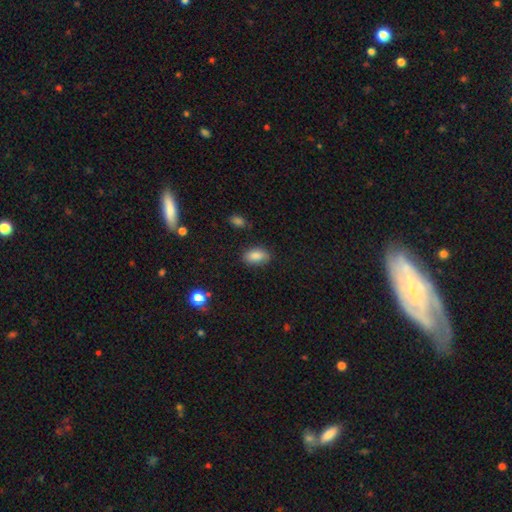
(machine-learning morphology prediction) Smooth or featured? Predicted: smooth (p=0.86). How rounded? Predicted: in between (p=0.91). Merging? Predicted: none (p=0.82).